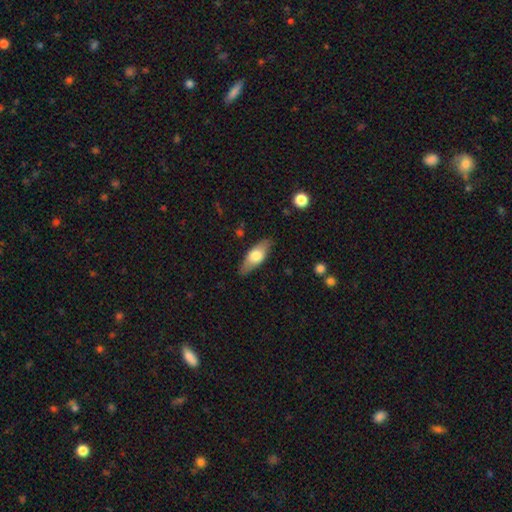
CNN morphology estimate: smooth-or-featured: smooth: 64% | featured or disk: 30% | star or artifact: 6%
  how-rounded: in between: 74% | cigar-shaped: 23% | round: 3%
  merging: none: 83% | minor disturbance: 13% | major disturbance: 3% | merger: 1%